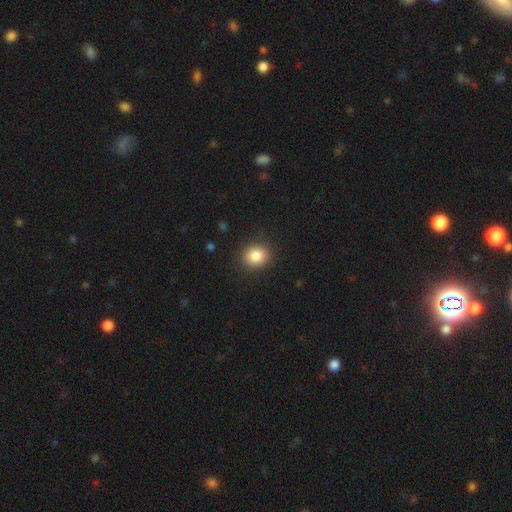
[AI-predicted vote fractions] A smooth galaxy with no disk features (85%) that is round (76%). Merging: none (89%).